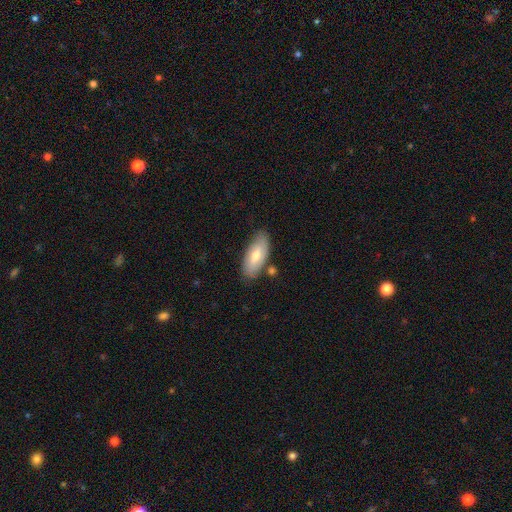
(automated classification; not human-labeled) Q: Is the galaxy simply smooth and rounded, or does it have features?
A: smooth — 66%.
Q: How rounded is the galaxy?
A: in between — 85%.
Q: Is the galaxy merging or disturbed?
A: none — 76%.